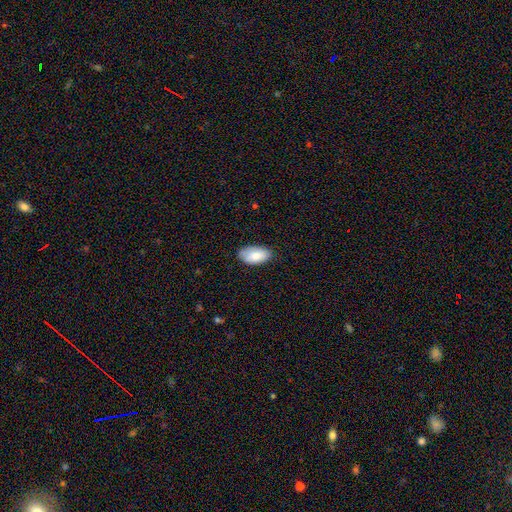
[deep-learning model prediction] The model was most divided on "merging": none: 79%, minor disturbance: 18%, major disturbance: 3%, merger: 1%. More confident: how rounded — in between (95%); smooth or featured — smooth (80%).